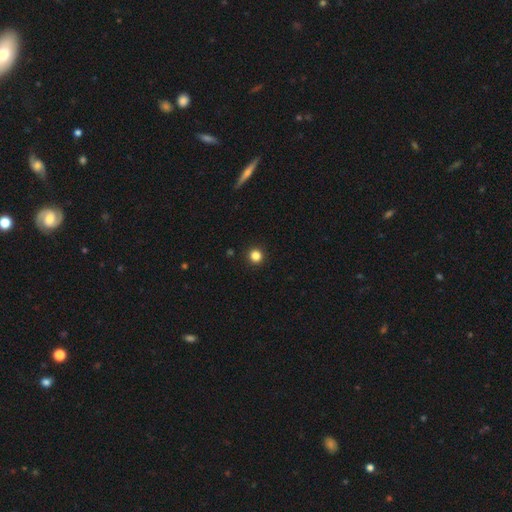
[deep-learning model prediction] Q: Smooth or featured?
A: smooth (84%); runner-up: star or artifact (12%)
Q: How rounded?
A: round (95%); runner-up: in between (4%)
Q: Merging?
A: none (93%); runner-up: minor disturbance (4%)